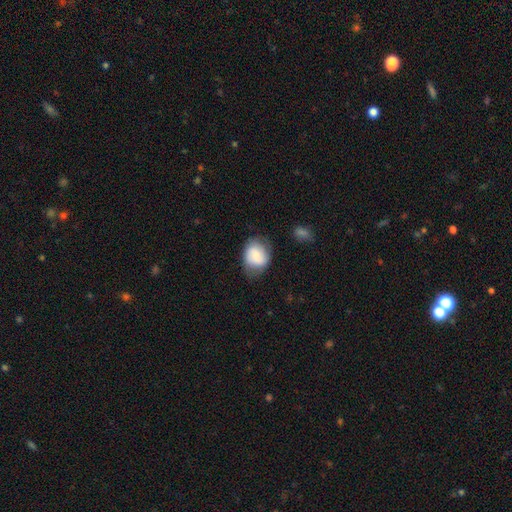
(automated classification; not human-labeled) smooth 73%, featured or disk 19%, star or artifact 7%. Down the decision tree: how rounded — round (51%); merging — none (63%).